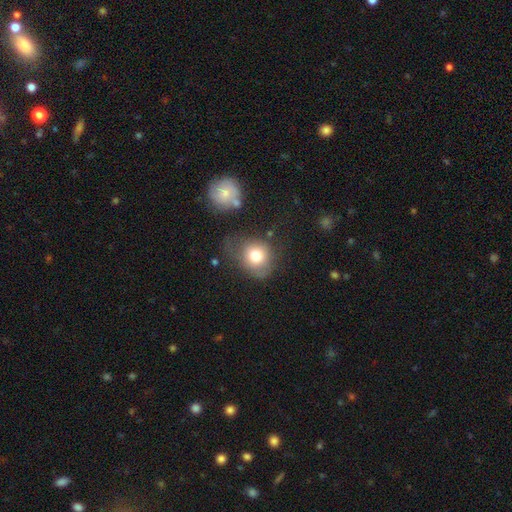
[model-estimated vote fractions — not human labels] Morphology: type=smooth (75%); roundness=round (68%); merging=none (46%).